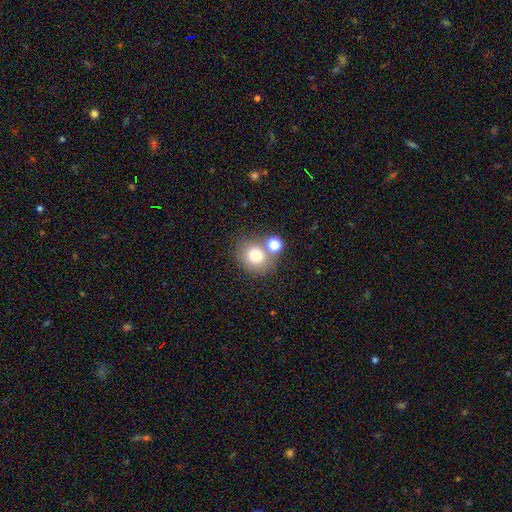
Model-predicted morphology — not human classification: A smooth galaxy with no disk features (76%) that is round (75%).

Vote fractions:
- Smooth or featured? smooth: 76% / featured or disk: 13% / star or artifact: 12%
- How rounded? round: 75% / in between: 24% / cigar-shaped: 1%
- Merging? none: 60% / merger: 25% / minor disturbance: 10% / major disturbance: 4%